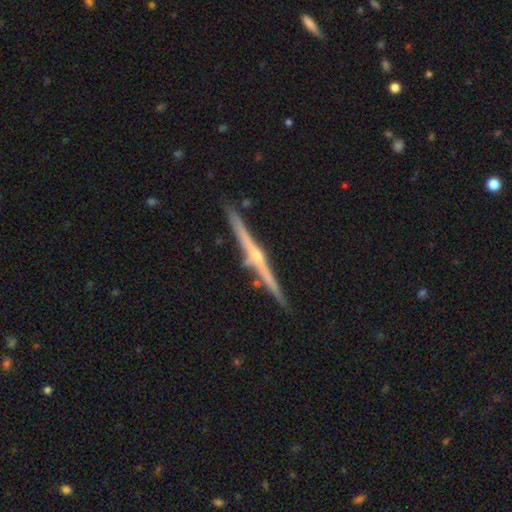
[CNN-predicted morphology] featured or disk 79%, smooth 15%, star or artifact 6%. Down the decision tree: edge-on disk — yes (98%); edge-on bulge — rounded (77%); merging — none (86%).